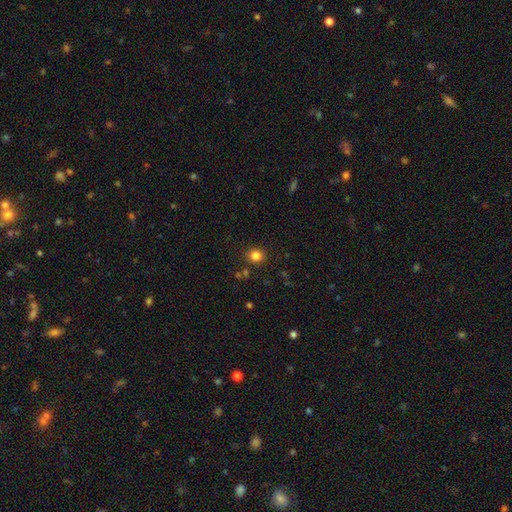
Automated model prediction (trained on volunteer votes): Smooth or featured? smooth (82%)
How rounded? round (85%)
Merging? none (86%)